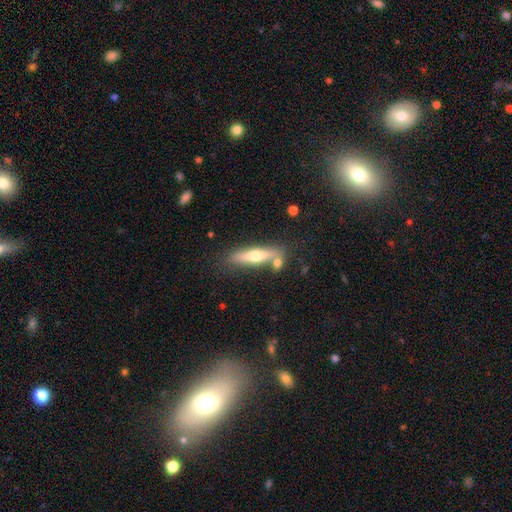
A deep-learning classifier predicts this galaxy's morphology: A smooth galaxy with no disk features (48%). Merging: none (69%).